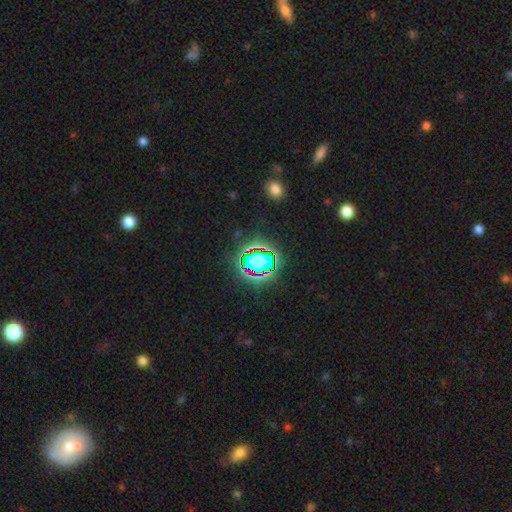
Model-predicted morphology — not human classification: Smooth or featured? Predicted: star or artifact (p=0.78).